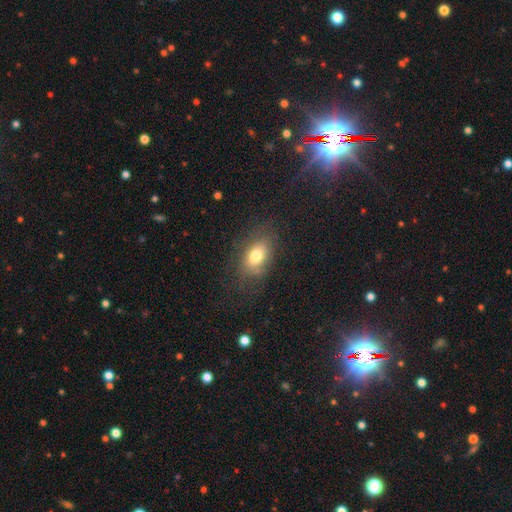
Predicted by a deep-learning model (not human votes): Q: Smooth or featured?
A: smooth (73%); runner-up: featured or disk (16%)
Q: How rounded?
A: in between (82%); runner-up: round (16%)
Q: Merging?
A: none (72%); runner-up: minor disturbance (17%)